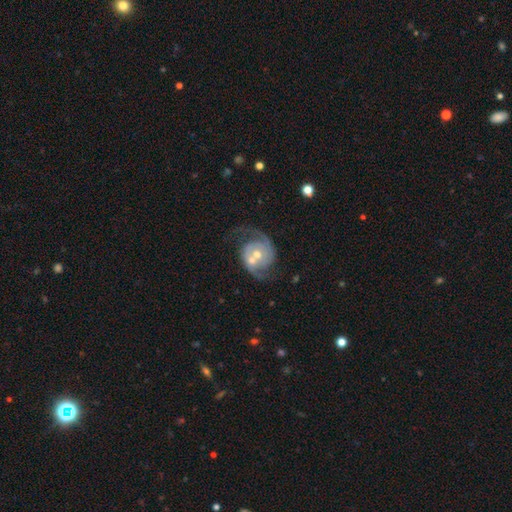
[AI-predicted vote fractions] Smooth or featured? featured or disk (80%)
Edge-on disk? no (98%)
Bar? no (73%)
Spiral arms? yes (92%)
Spiral winding? medium (43%)
Spiral arm count? 2 (86%)
Bulge size? moderate (61%)
Merging? none (40%)